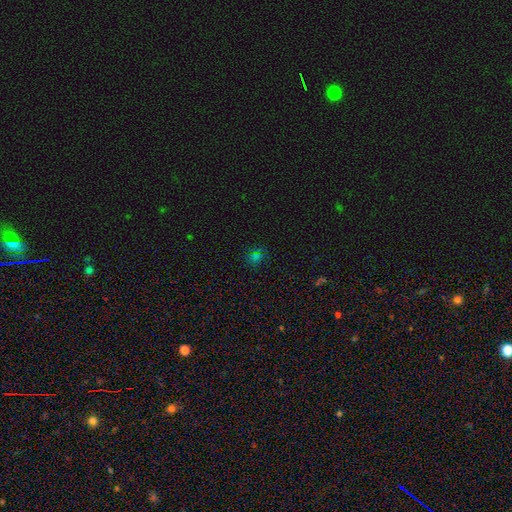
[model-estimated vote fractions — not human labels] smooth 55%, star or artifact 36%, featured or disk 8%. Down the decision tree: how rounded — round (74%); merging — none (77%).